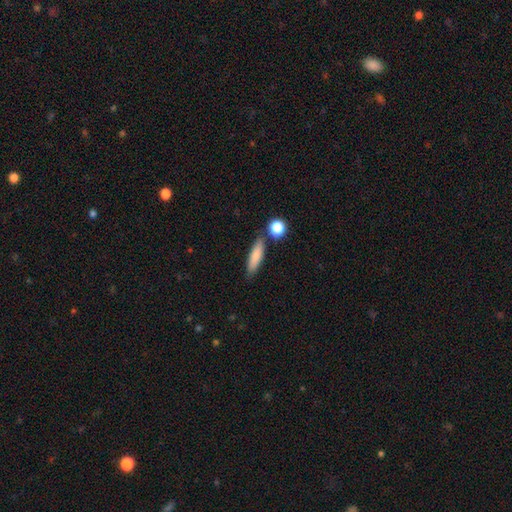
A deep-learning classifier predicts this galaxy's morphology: type=smooth (82%); roundness=cigar-shaped (66%); merging=none (76%).